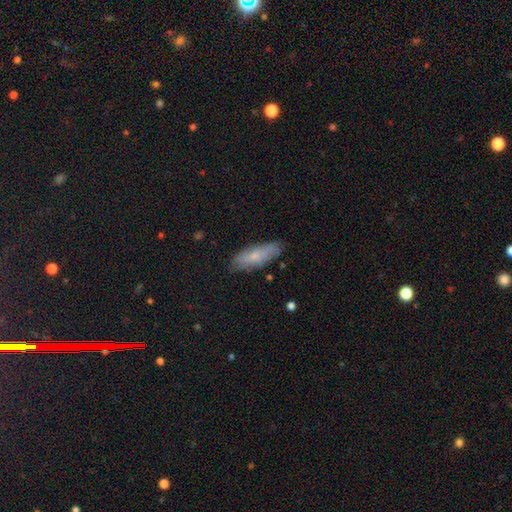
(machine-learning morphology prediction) The model was most divided on "how rounded": in between: 57%, cigar-shaped: 41%, round: 2%. More confident: merging — none (77%); smooth or featured — smooth (68%).